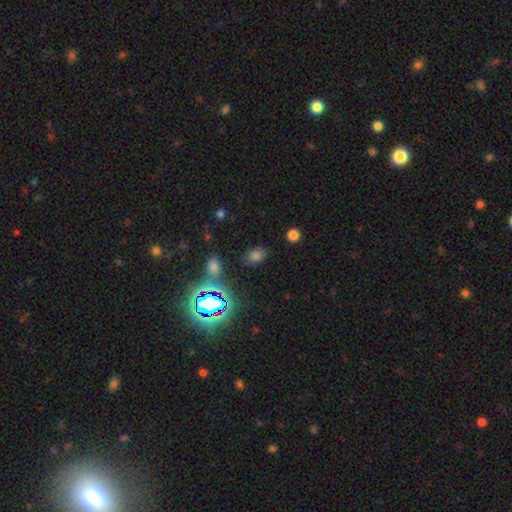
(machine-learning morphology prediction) smooth-or-featured: smooth: 60% | star or artifact: 33% | featured or disk: 8%
  how-rounded: in between: 77% | round: 21% | cigar-shaped: 2%
  merging: none: 80% | minor disturbance: 13% | major disturbance: 5% | merger: 3%